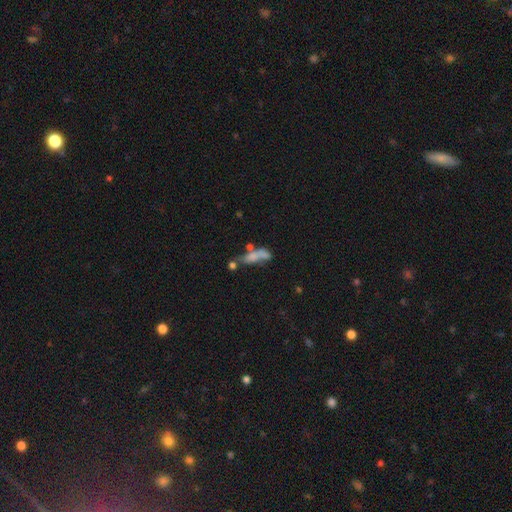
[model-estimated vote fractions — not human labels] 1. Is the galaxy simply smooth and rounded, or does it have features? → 55% smooth, 32% featured or disk, 13% star or artifact.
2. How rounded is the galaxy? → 53% in between, 42% cigar-shaped, 6% round.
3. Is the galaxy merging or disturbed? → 40% merger, 25% none, 19% major disturbance, 16% minor disturbance.